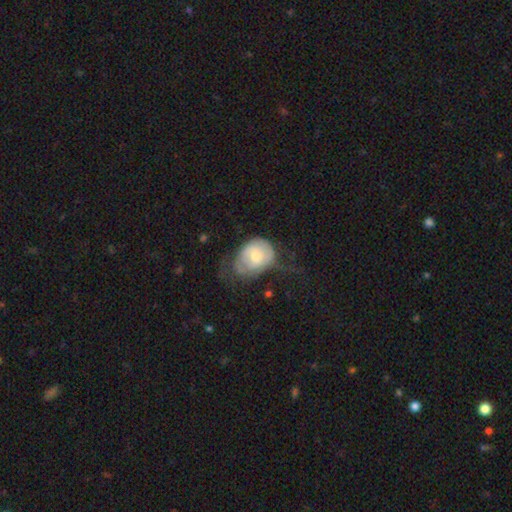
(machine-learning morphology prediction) Smooth or featured?
  - smooth: 54% *
  - featured or disk: 39%
  - star or artifact: 7%
How rounded?
  - in between: 64% *
  - round: 35%
  - cigar-shaped: 1%
Merging?
  - major disturbance: 42% *
  - minor disturbance: 29%
  - none: 26%
  - merger: 3%